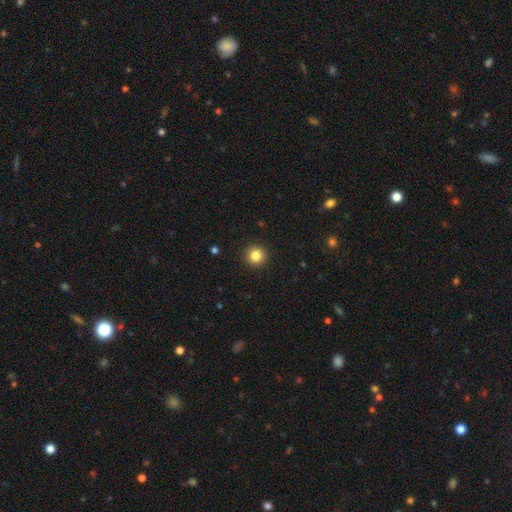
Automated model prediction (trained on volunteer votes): Smooth or featured? Predicted: smooth (p=0.84). How rounded? Predicted: round (p=0.95). Merging? Predicted: none (p=0.93).